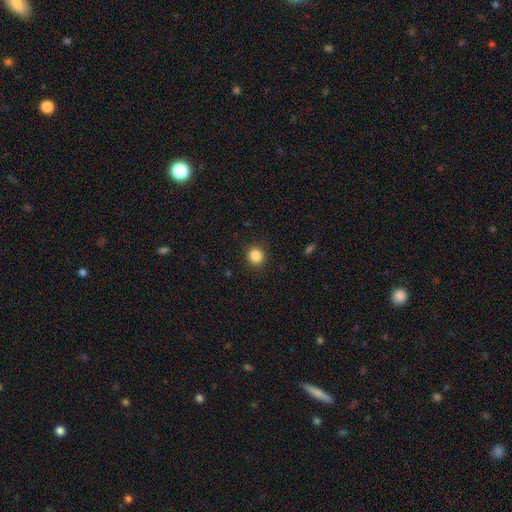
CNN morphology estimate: smooth 86%, star or artifact 11%, featured or disk 4%. Down the decision tree: how rounded — round (89%); merging — none (90%).